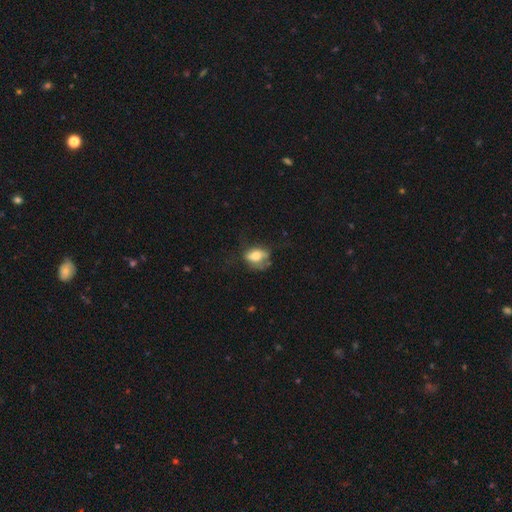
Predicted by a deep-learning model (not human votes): The model was most divided on "merging": none: 38%, minor disturbance: 31%, major disturbance: 26%, merger: 4%. More confident: how rounded — in between (76%); smooth or featured — smooth (66%).